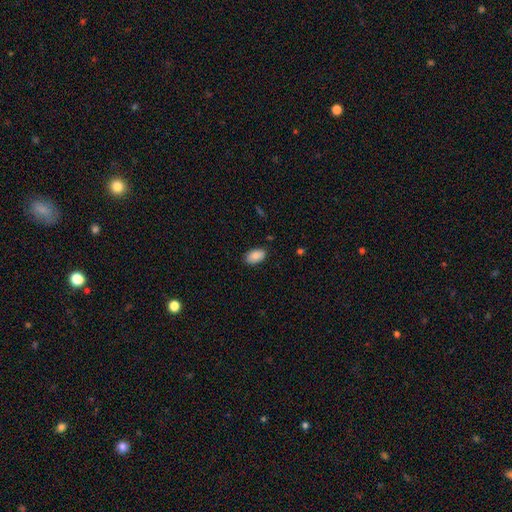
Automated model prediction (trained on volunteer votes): This appears to be a smooth galaxy with no disk features (89%) that is in between round and cigar-shaped (94%). Merging: none (85%).